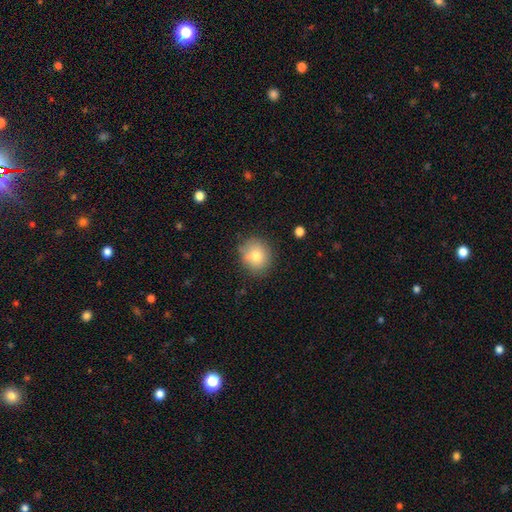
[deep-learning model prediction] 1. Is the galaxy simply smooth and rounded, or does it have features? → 79% smooth, 12% featured or disk, 10% star or artifact.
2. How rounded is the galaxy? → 82% round, 17% in between, 1% cigar-shaped.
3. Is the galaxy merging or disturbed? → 79% none, 15% minor disturbance, 3% major disturbance, 2% merger.